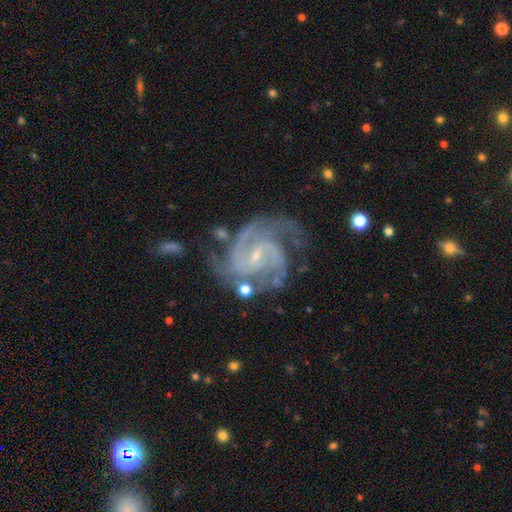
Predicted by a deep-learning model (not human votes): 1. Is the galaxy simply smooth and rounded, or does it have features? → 92% featured or disk, 5% star or artifact, 3% smooth.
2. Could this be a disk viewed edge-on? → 98% no, 2% yes.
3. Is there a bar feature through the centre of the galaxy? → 49% weak, 31% no, 20% strong.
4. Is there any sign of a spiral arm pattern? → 98% yes, 2% no.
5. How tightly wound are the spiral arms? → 48% medium, 44% tight, 8% loose.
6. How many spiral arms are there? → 43% 2, 31% 3, 9% can't tell, 8% 4, 5% 1, 4% more than 4.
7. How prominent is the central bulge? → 80% small, 14% moderate, 5% none, 1% large, 1% dominant.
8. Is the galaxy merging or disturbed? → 60% none, 21% minor disturbance, 13% major disturbance, 5% merger.